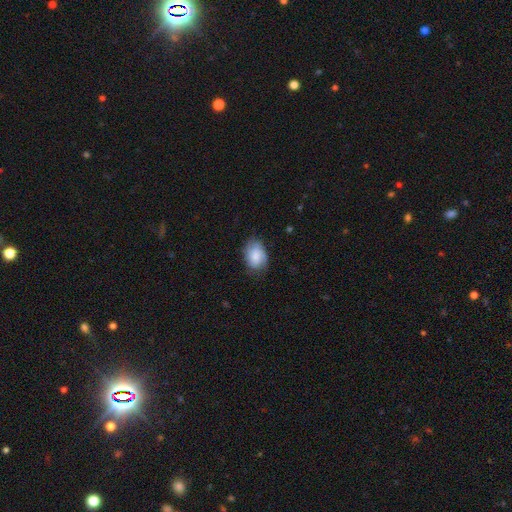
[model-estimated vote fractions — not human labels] Overall: smooth (67%). How rounded: in between (79%). Merging: none (69%).